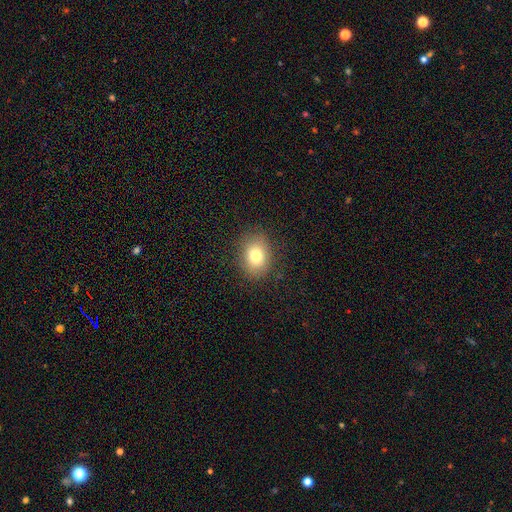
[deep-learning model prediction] A smooth galaxy with no disk features (79%) that is in between round and cigar-shaped (59%).

Vote fractions:
- Smooth or featured? smooth: 79% / featured or disk: 11% / star or artifact: 11%
- How rounded? in between: 59% / round: 40% / cigar-shaped: 1%
- Merging? none: 85% / minor disturbance: 10% / major disturbance: 3% / merger: 1%